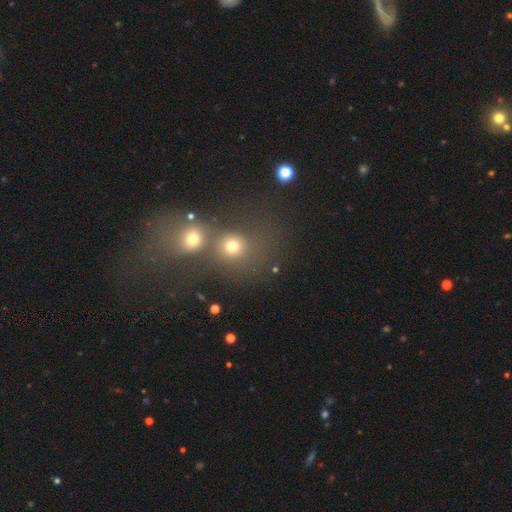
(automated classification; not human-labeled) smooth 45%, star or artifact 35%, featured or disk 20%. Down the decision tree: merging — merger (75%).